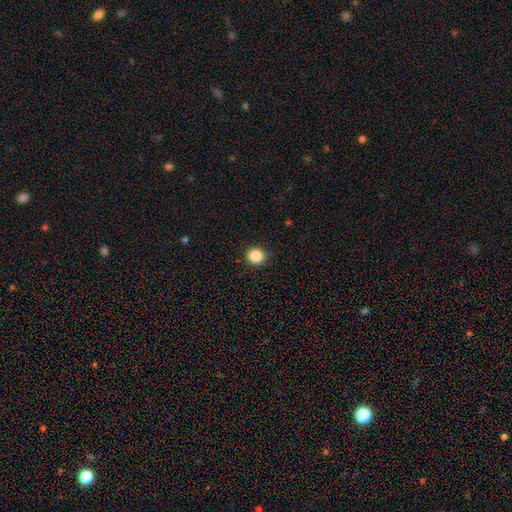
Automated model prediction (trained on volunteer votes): smooth_or_featured: smooth (p=0.87) [alt: star or artifact p=0.10]
how_rounded: round (p=0.91) [alt: in between p=0.08]
merging: none (p=0.91) [alt: minor disturbance p=0.06]